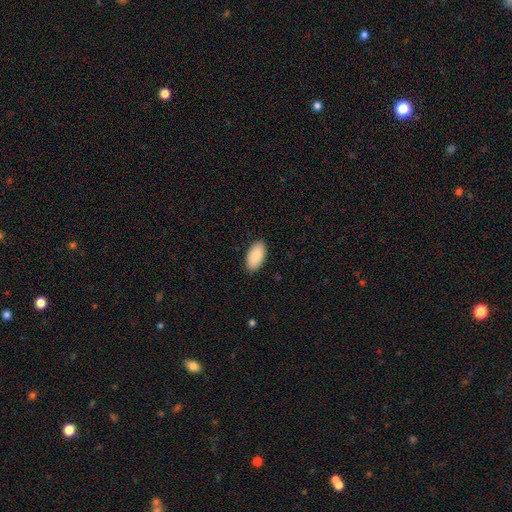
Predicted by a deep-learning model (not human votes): This is clearly a smooth galaxy (90%). How rounded: clearly in between (95%). Merging: clearly none (90%).